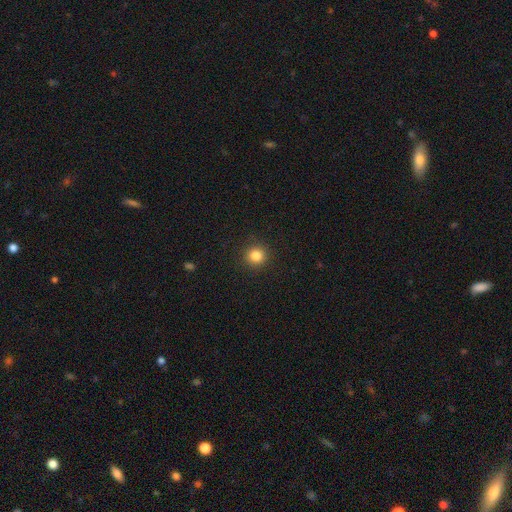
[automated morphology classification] Smooth or featured: smooth — 83% (star or artifact — 12%)
How rounded: round — 93% (in between — 6%)
Merging: none — 91% (minor disturbance — 6%)